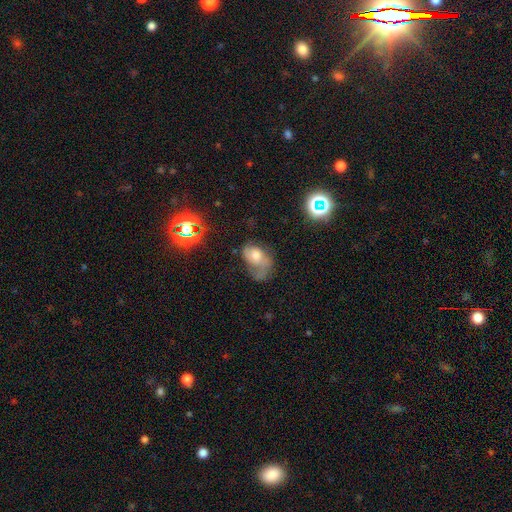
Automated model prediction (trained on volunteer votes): This appears to be a featured or disk galaxy (44%). Merging: major disturbance (45%).